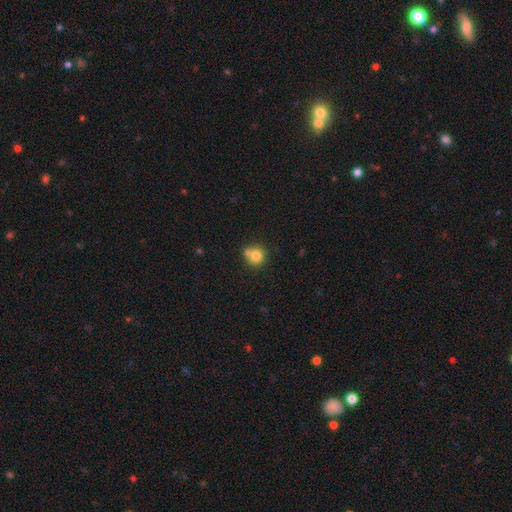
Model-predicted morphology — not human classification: Smooth or featured?
  - smooth: 78% *
  - star or artifact: 11%
  - featured or disk: 10%
How rounded?
  - round: 91% *
  - in between: 8%
  - cigar-shaped: 1%
Merging?
  - none: 57% *
  - merger: 30%
  - minor disturbance: 10%
  - major disturbance: 3%